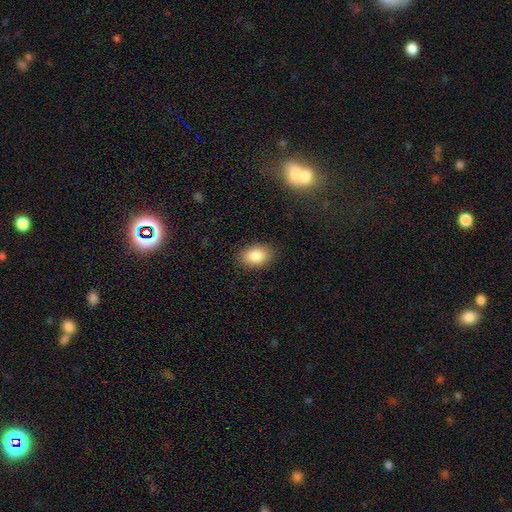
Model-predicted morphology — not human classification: This is clearly a smooth galaxy (87%). How rounded: clearly in between (83%). Merging: clearly none (87%).